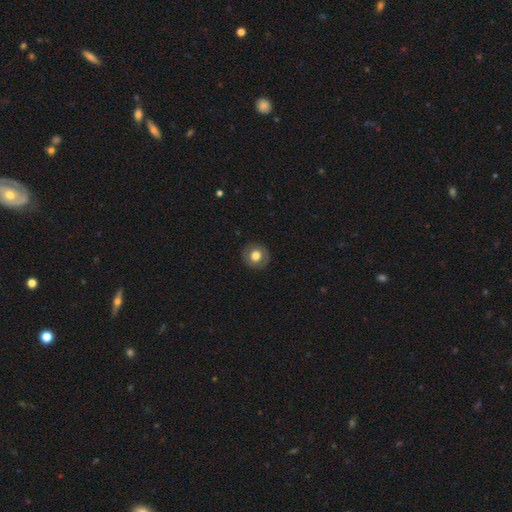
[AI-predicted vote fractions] Smooth or featured?
  - smooth: 69% *
  - featured or disk: 23%
  - star or artifact: 8%
How rounded?
  - round: 90% *
  - in between: 9%
  - cigar-shaped: 1%
Merging?
  - none: 89% *
  - minor disturbance: 8%
  - major disturbance: 3%
  - merger: 1%